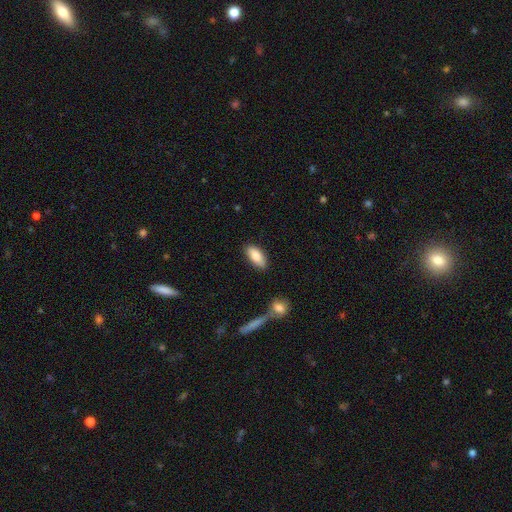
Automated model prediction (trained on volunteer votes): Morphology: type=smooth (83%); roundness=in between (83%); merging=none (84%).